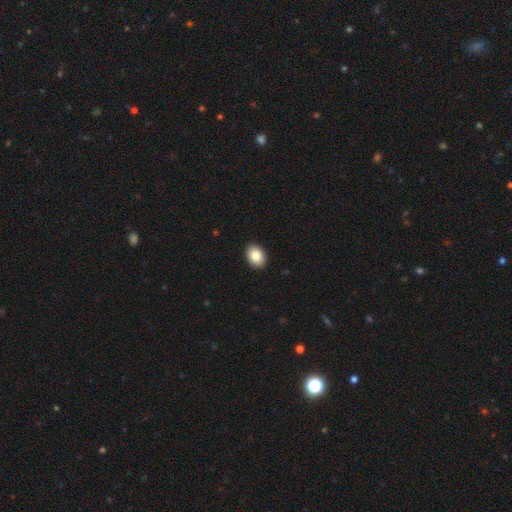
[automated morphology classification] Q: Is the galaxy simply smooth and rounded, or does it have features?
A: smooth — 84%.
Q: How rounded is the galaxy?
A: in between — 76%.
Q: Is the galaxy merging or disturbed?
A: none — 91%.